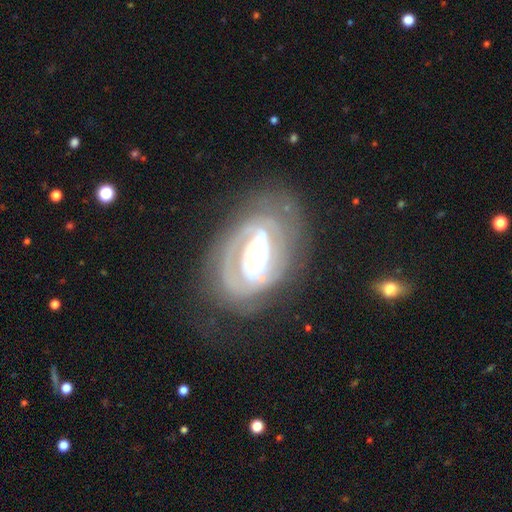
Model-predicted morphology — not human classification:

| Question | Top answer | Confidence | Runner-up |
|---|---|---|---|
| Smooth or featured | featured or disk | 85% | smooth (10%) |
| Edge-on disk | no | 95% | yes (5%) |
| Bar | no | 45% | weak (30%) |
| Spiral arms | yes | 84% | no (16%) |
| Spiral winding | tight | 67% | medium (24%) |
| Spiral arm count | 2 | 45% | can't tell (26%) |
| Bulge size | moderate | 65% | small (17%) |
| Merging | none | 67% | minor disturbance (19%) |